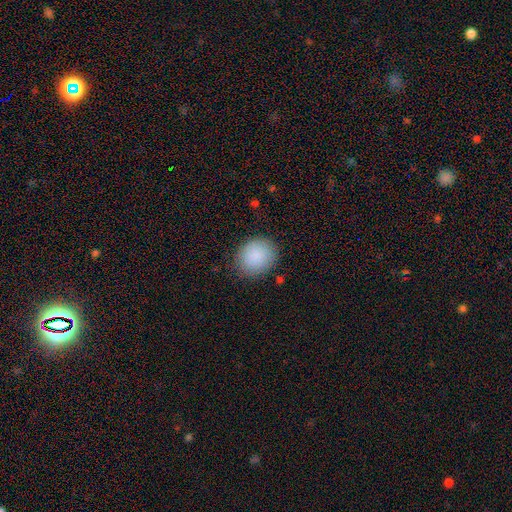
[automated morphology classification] smooth 87%, star or artifact 8%, featured or disk 5%. Down the decision tree: how rounded — round (72%); merging — none (83%).